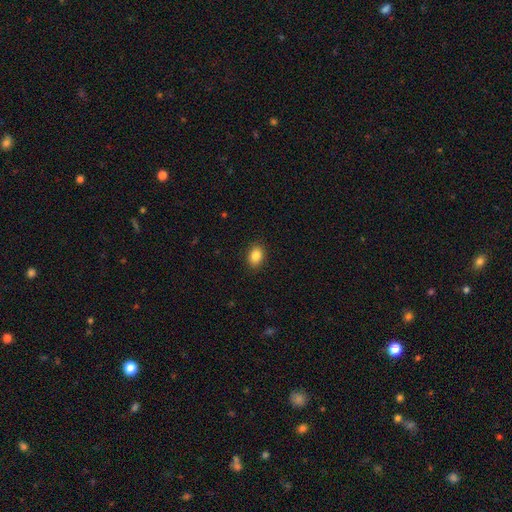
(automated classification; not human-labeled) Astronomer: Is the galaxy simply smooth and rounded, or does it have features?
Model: smooth — 86%.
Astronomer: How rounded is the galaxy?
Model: in between — 76%.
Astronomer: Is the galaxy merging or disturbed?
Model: none — 89%.